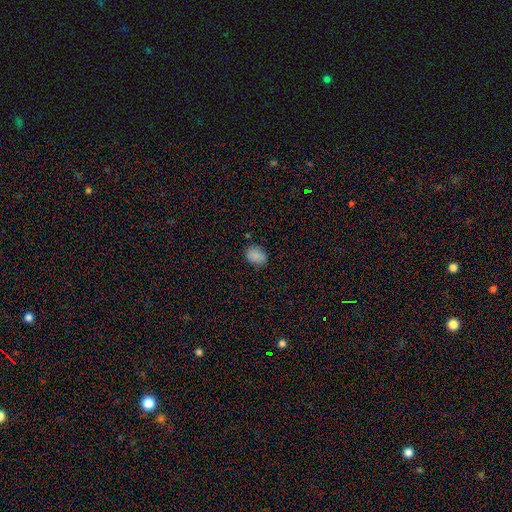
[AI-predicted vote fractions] Morphology: type=smooth (85%); roundness=in between (60%); merging=none (79%).